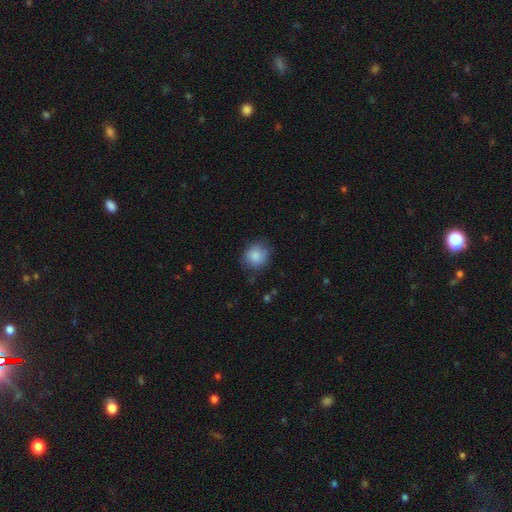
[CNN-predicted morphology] A smooth galaxy with no disk features (85%) that is round (74%).

Vote fractions:
- Smooth or featured? smooth: 85% / featured or disk: 8% / star or artifact: 8%
- How rounded? round: 74% / in between: 25% / cigar-shaped: 1%
- Merging? none: 72% / minor disturbance: 21% / major disturbance: 5% / merger: 2%